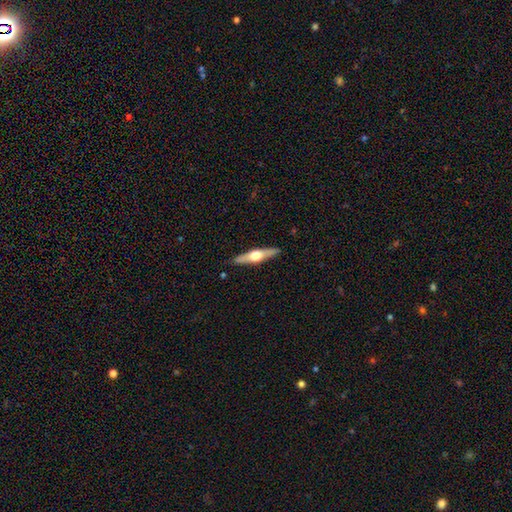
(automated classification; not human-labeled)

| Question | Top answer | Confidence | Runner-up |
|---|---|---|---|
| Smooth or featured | featured or disk | 64% | smooth (31%) |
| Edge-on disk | yes | 95% | no (5%) |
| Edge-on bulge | rounded | 95% | boxy (3%) |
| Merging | none | 89% | minor disturbance (8%) |